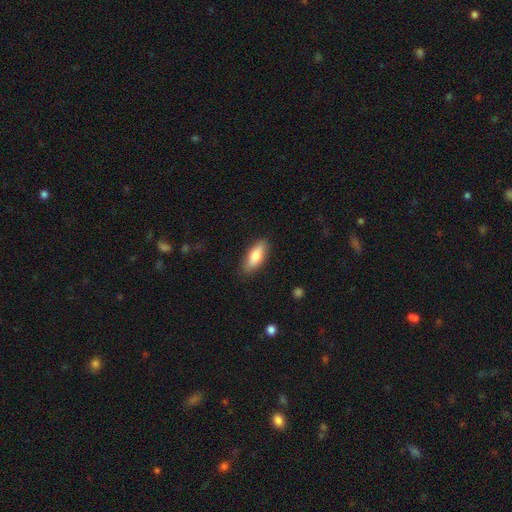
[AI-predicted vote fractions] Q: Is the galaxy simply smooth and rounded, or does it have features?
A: smooth — 76%.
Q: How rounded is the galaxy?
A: in between — 71%.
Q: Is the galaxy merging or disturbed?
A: none — 86%.